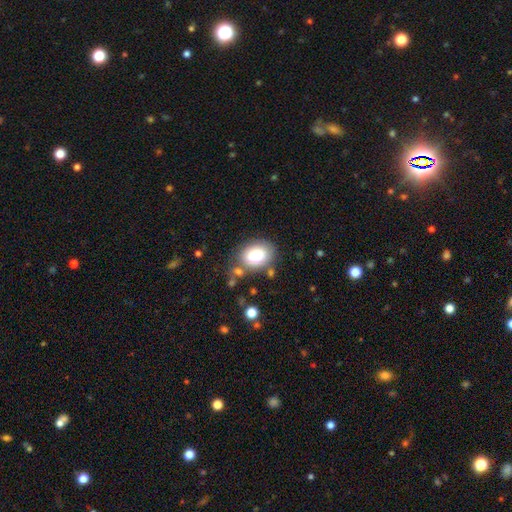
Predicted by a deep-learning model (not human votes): A smooth galaxy with no disk features (83%) that is in between round and cigar-shaped (75%). Merging: none (73%).